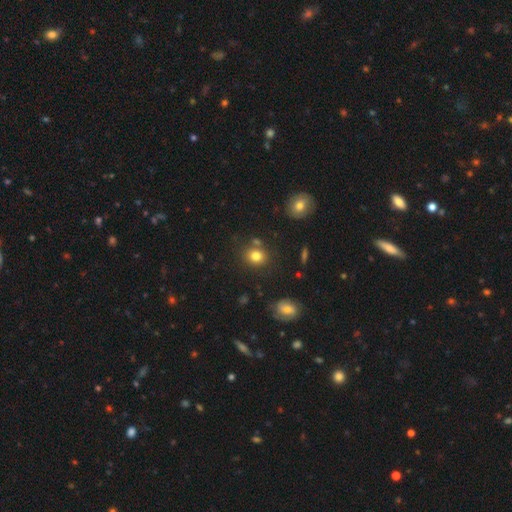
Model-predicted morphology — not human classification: smooth 80%, star or artifact 12%, featured or disk 8%. Down the decision tree: how rounded — round (72%); merging — none (74%).